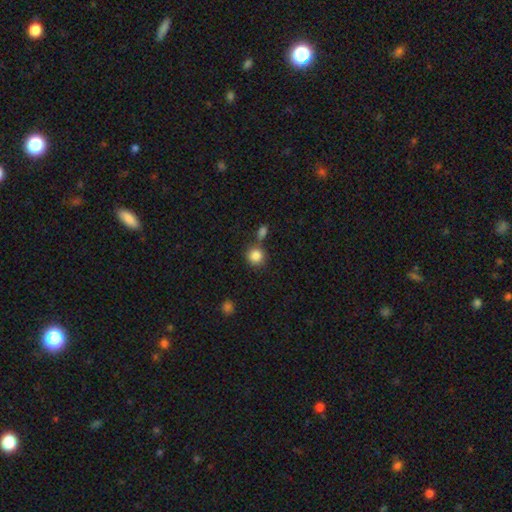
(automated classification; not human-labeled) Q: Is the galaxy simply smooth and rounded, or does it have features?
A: smooth — 85%.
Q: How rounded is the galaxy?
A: round — 90%.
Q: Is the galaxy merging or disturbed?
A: none — 68%.